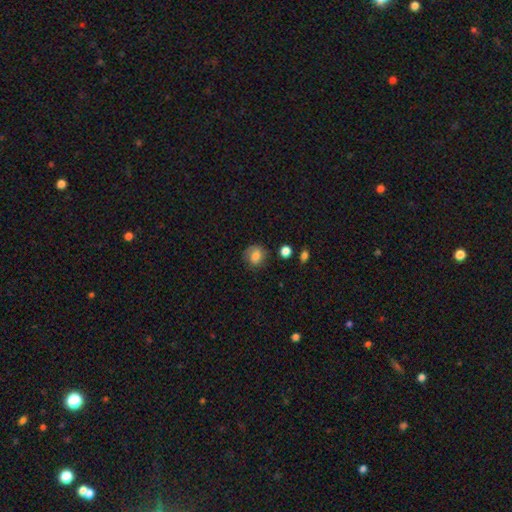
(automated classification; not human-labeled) smooth 73%, featured or disk 18%, star or artifact 10%. Down the decision tree: how rounded — round (72%); merging — none (71%).